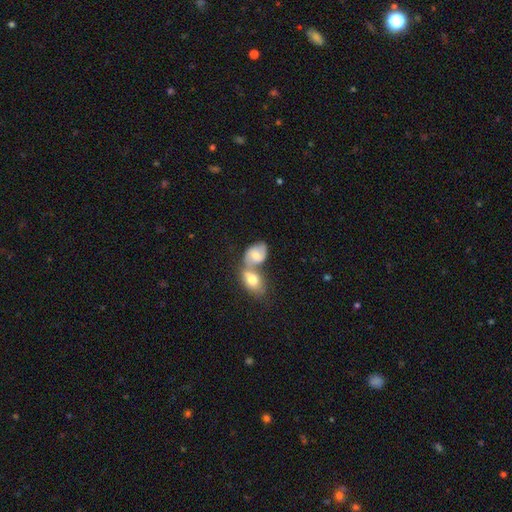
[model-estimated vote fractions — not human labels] smooth-or-featured: smooth: 50% | featured or disk: 41% | star or artifact: 9%
  merging: merger: 63% | none: 24% | minor disturbance: 8% | major disturbance: 4%